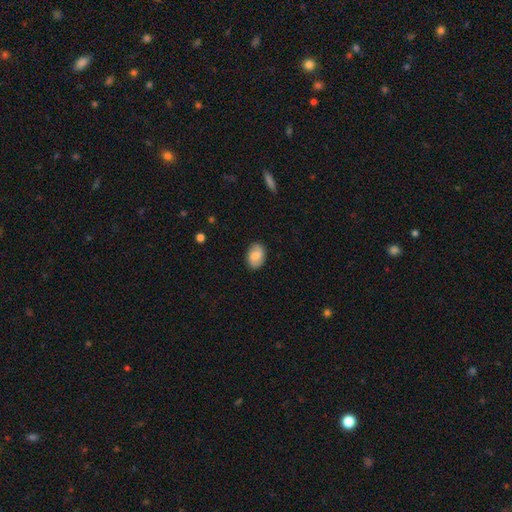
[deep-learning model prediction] This appears to be a smooth galaxy with no disk features (66%) that is in between round and cigar-shaped (83%). Merging: none (84%).